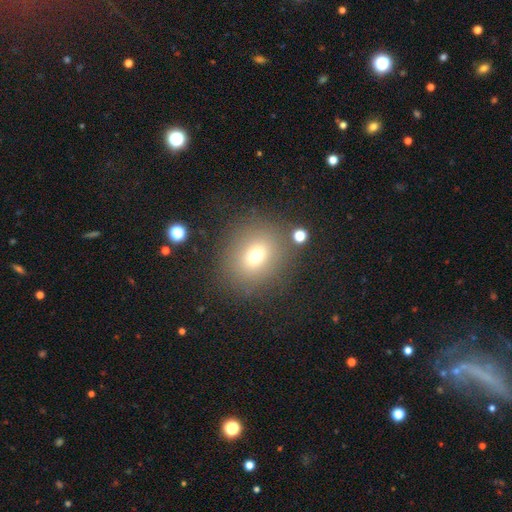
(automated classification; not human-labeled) A smooth galaxy with no disk features (69%) that is round (74%).

Vote fractions:
- Smooth or featured? smooth: 69% / star or artifact: 17% / featured or disk: 14%
- How rounded? round: 74% / in between: 25% / cigar-shaped: 1%
- Merging? none: 81% / minor disturbance: 10% / major disturbance: 5% / merger: 4%